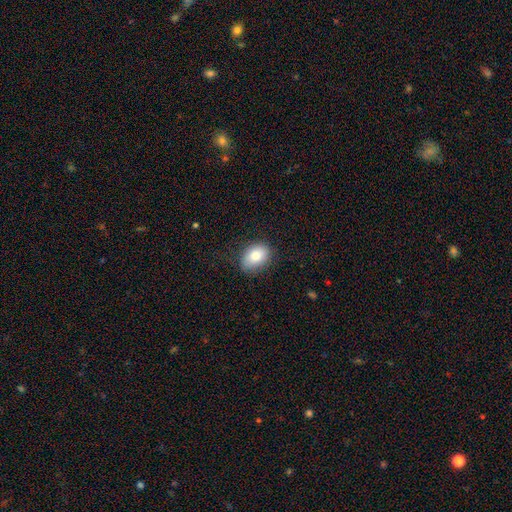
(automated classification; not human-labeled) A smooth galaxy with no disk features (81%) that is in between round and cigar-shaped (75%).

Vote fractions:
- Smooth or featured? smooth: 81% / featured or disk: 10% / star or artifact: 8%
- How rounded? in between: 75% / round: 24% / cigar-shaped: 1%
- Merging? none: 79% / minor disturbance: 16% / major disturbance: 4% / merger: 1%